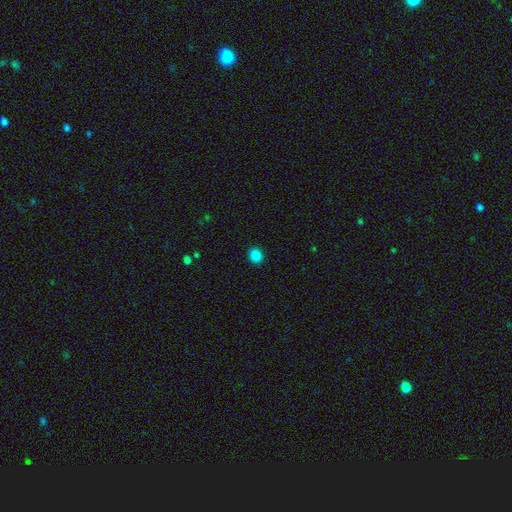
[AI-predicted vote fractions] smooth-or-featured: smooth: 86% | star or artifact: 11% | featured or disk: 3%
  how-rounded: round: 79% | in between: 20% | cigar-shaped: 1%
  merging: none: 91% | minor disturbance: 6% | major disturbance: 2% | merger: 1%